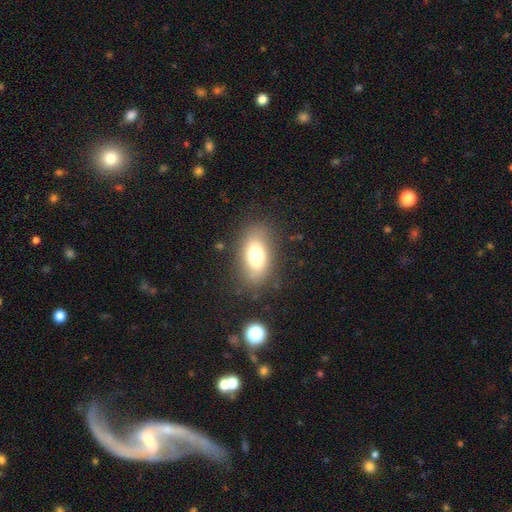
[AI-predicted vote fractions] Q: Smooth or featured?
A: smooth (70%); runner-up: featured or disk (20%)
Q: How rounded?
A: in between (87%); runner-up: round (7%)
Q: Merging?
A: none (80%); runner-up: minor disturbance (13%)